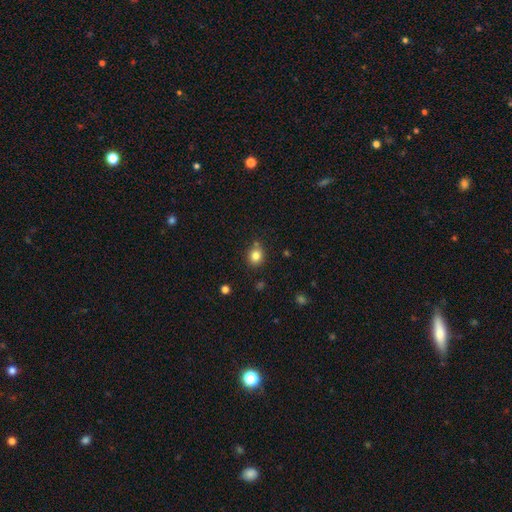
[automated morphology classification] smooth_or_featured: smooth (p=0.83) [alt: star or artifact p=0.12]
how_rounded: round (p=0.79) [alt: in between p=0.21]
merging: none (p=0.80) [alt: minor disturbance p=0.11]